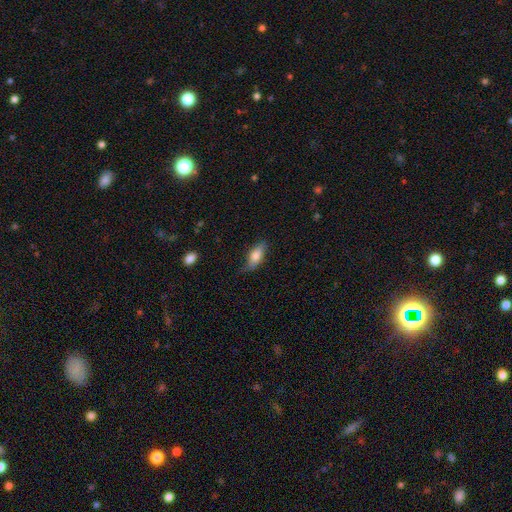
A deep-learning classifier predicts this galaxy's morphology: Smooth or featured?
  - smooth: 74% *
  - featured or disk: 19%
  - star or artifact: 6%
How rounded?
  - in between: 77% *
  - cigar-shaped: 20%
  - round: 3%
Merging?
  - none: 68% *
  - minor disturbance: 25%
  - major disturbance: 6%
  - merger: 1%